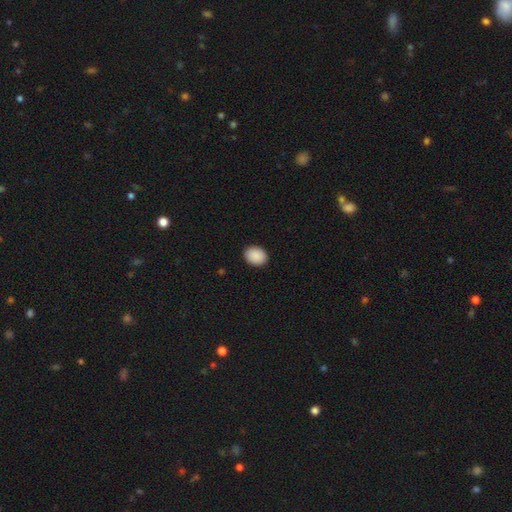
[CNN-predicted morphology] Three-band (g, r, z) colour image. It shows a smooth galaxy with no disk features (91%) that is in between round and cigar-shaped (61%). Merging: none (90%).